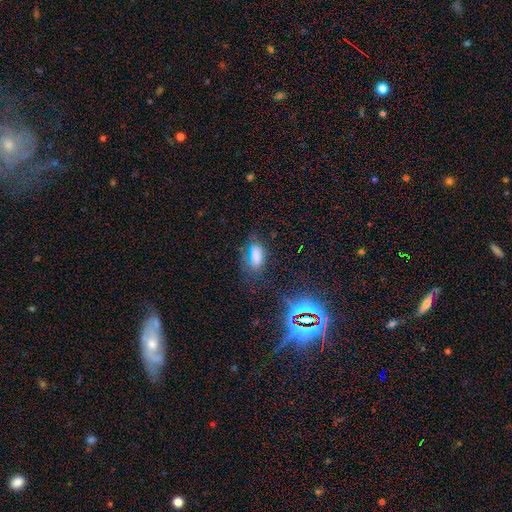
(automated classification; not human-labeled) A smooth galaxy with no disk features (70%) that is in between round and cigar-shaped (88%). Merging: none (55%).